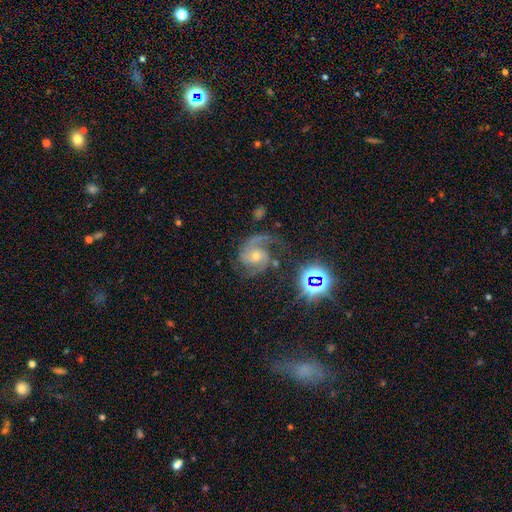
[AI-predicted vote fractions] A featured or disk galaxy (83%) with no bar (67%), 2 (76%) medium (56%) spiral arms (97%) and a moderate central bulge (51%).

Vote fractions:
- Smooth or featured? featured or disk: 83% / star or artifact: 11% / smooth: 6%
- Edge-on disk? no: 98% / yes: 2%
- Bar? no: 67% / weak: 26% / strong: 7%
- Spiral arms? yes: 97% / no: 3%
- Spiral winding? medium: 56% / tight: 26% / loose: 18%
- Spiral arm count? 2: 76% / 3: 7% / 1: 7% / can't tell: 6% / 4: 2% / more than 4: 2%
- Bulge size? moderate: 51% / small: 44% / large: 3% / none: 2% / dominant: 1%
- Merging? none: 63% / minor disturbance: 19% / major disturbance: 16% / merger: 3%